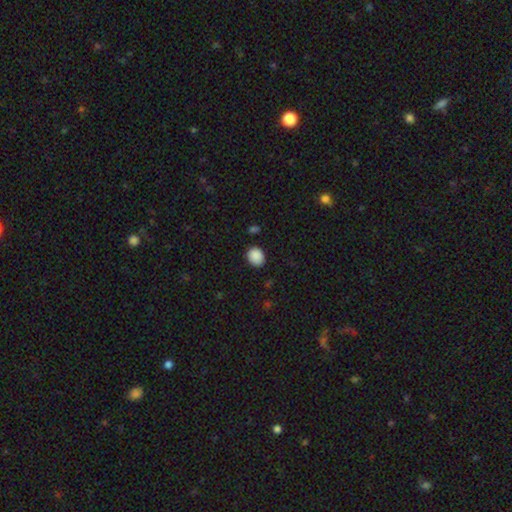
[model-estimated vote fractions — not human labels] smooth-or-featured: smooth: 89% | star or artifact: 8% | featured or disk: 3%
  how-rounded: round: 53% | in between: 46% | cigar-shaped: 1%
  merging: none: 85% | minor disturbance: 10% | major disturbance: 3% | merger: 2%